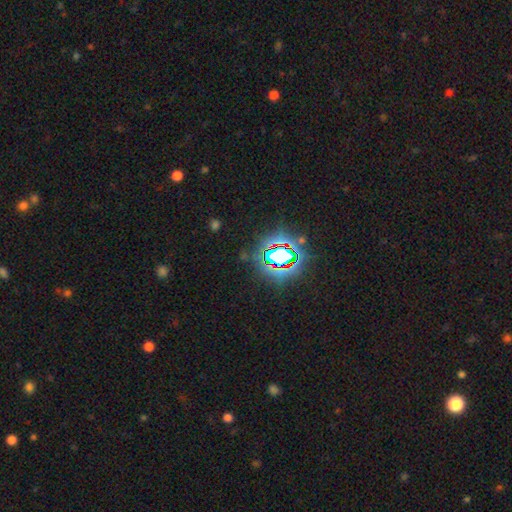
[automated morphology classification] Smooth or featured?
  - star or artifact: 80% *
  - smooth: 12%
  - featured or disk: 8%